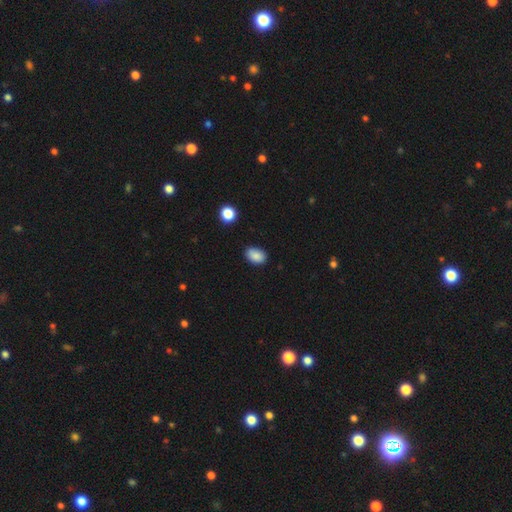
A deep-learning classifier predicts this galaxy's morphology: smooth_or_featured: smooth (p=0.86) [alt: star or artifact p=0.09]
how_rounded: in between (p=0.83) [alt: round p=0.15]
merging: none (p=0.79) [alt: minor disturbance p=0.16]